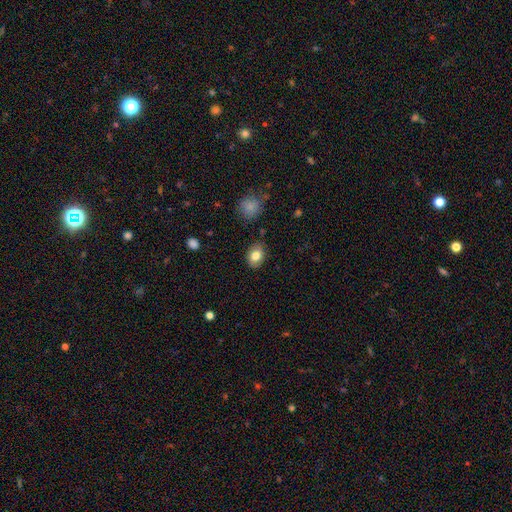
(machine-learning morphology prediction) Q: Smooth or featured?
A: smooth (80%); runner-up: featured or disk (11%)
Q: How rounded?
A: in between (71%); runner-up: round (28%)
Q: Merging?
A: none (85%); runner-up: minor disturbance (11%)